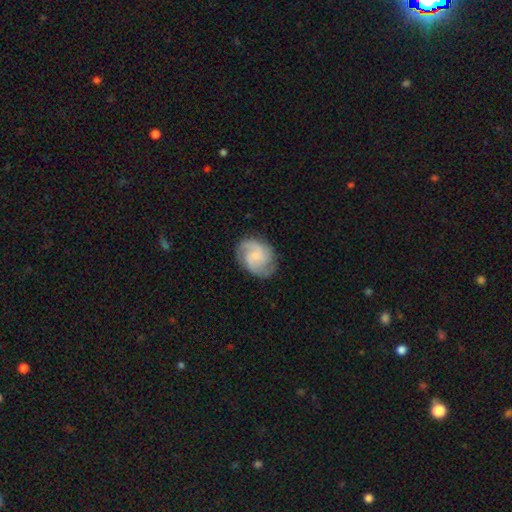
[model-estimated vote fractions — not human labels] Q: Smooth or featured?
A: featured or disk (69%); runner-up: smooth (24%)
Q: Edge-on disk?
A: no (98%); runner-up: yes (2%)
Q: Bar?
A: no (54%); runner-up: weak (40%)
Q: Spiral arms?
A: yes (95%); runner-up: no (5%)
Q: Spiral winding?
A: medium (50%); runner-up: tight (28%)
Q: Spiral arm count?
A: 2 (58%); runner-up: 3 (20%)
Q: Bulge size?
A: small (41%); runner-up: none (33%)
Q: Merging?
A: none (77%); runner-up: minor disturbance (16%)